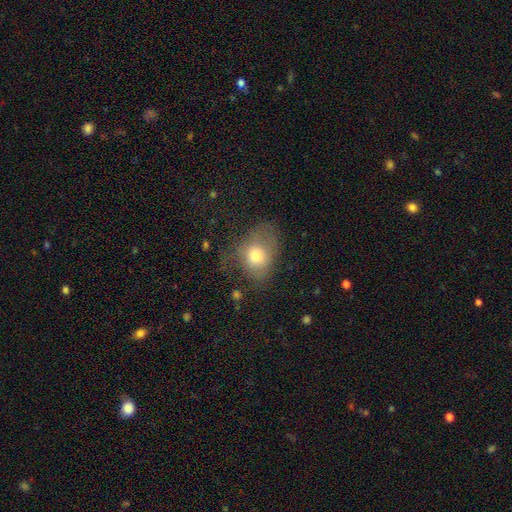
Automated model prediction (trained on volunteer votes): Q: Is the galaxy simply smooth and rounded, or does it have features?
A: smooth — 71%.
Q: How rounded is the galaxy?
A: in between — 62%.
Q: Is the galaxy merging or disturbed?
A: none — 43%.